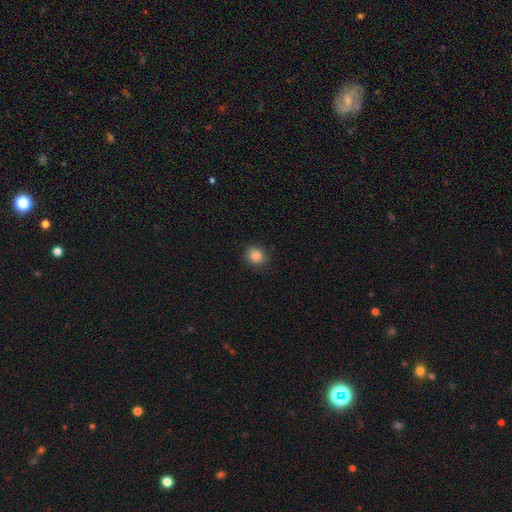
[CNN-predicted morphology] smooth 85%, star or artifact 11%, featured or disk 5%. Down the decision tree: how rounded — round (80%); merging — none (88%).